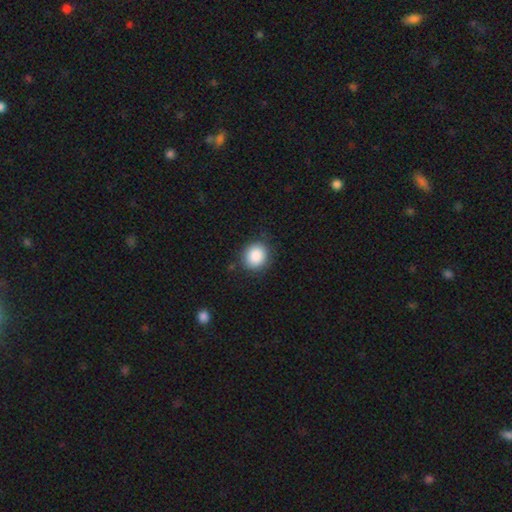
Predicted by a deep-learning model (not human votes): Smooth or featured? Predicted: smooth (p=0.88). How rounded? Predicted: round (p=0.77). Merging? Predicted: none (p=0.86).